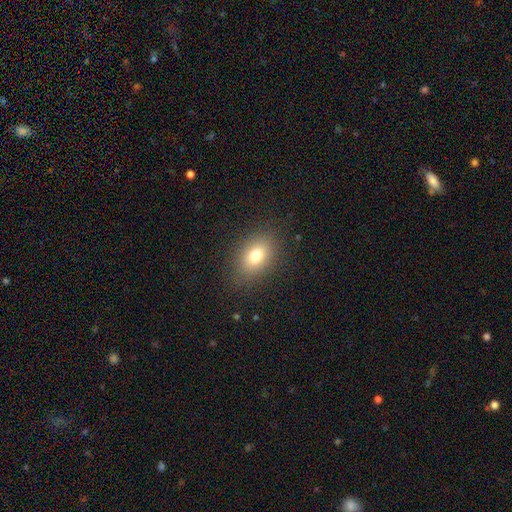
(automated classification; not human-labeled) Smooth or featured: smooth — 76% (star or artifact — 12%)
How rounded: in between — 77% (round — 21%)
Merging: none — 85% (minor disturbance — 10%)